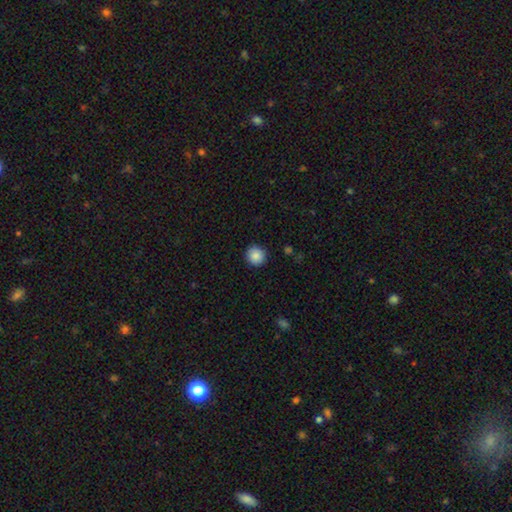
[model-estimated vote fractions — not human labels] Q: Smooth or featured?
A: smooth (87%); runner-up: star or artifact (9%)
Q: How rounded?
A: round (93%); runner-up: in between (6%)
Q: Merging?
A: none (90%); runner-up: minor disturbance (7%)